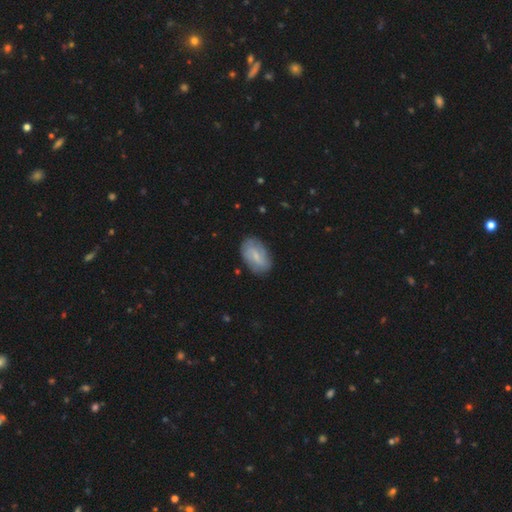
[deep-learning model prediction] A smooth galaxy with no disk features (49%). Merging: none (79%).